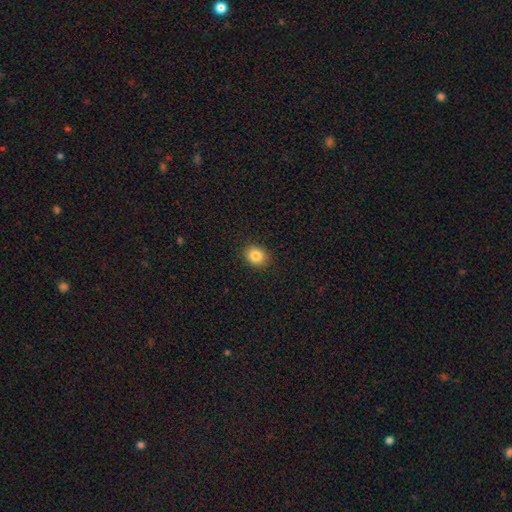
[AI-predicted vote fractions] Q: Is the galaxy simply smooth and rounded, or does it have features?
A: smooth — 84%.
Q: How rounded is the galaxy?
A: round — 59%.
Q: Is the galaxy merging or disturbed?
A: none — 90%.